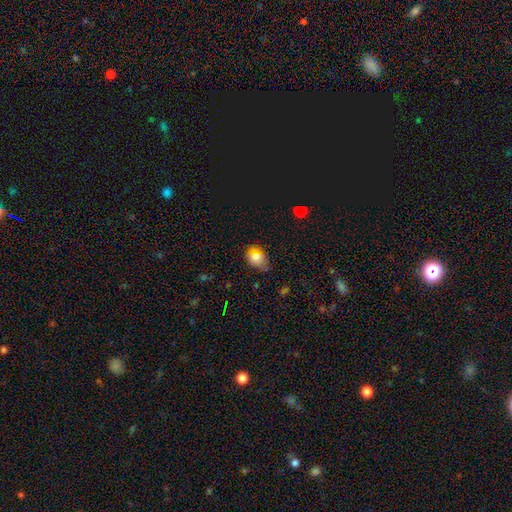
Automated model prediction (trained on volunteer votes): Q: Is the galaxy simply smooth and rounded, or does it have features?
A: smooth — 75%.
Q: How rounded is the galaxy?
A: in between — 72%.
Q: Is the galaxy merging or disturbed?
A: none — 72%.